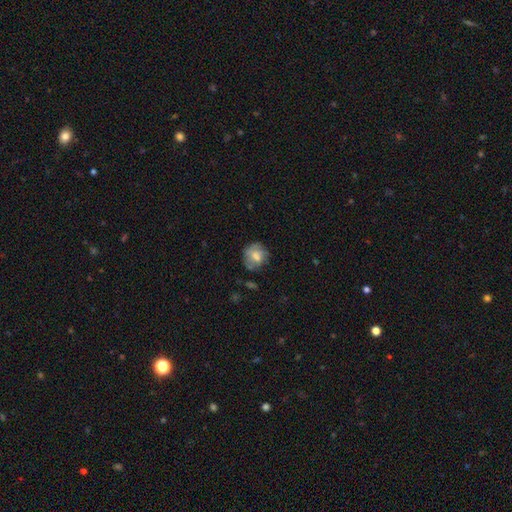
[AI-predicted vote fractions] Smooth or featured? Predicted: smooth (p=0.63). How rounded? Predicted: round (p=0.74). Merging? Predicted: none (p=0.62).